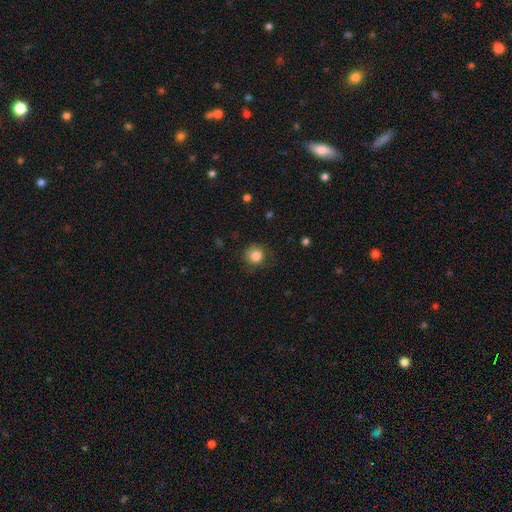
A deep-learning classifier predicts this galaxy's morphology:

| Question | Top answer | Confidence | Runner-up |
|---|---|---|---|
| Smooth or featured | smooth | 85% | star or artifact (10%) |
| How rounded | round | 91% | in between (8%) |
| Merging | none | 78% | minor disturbance (15%) |